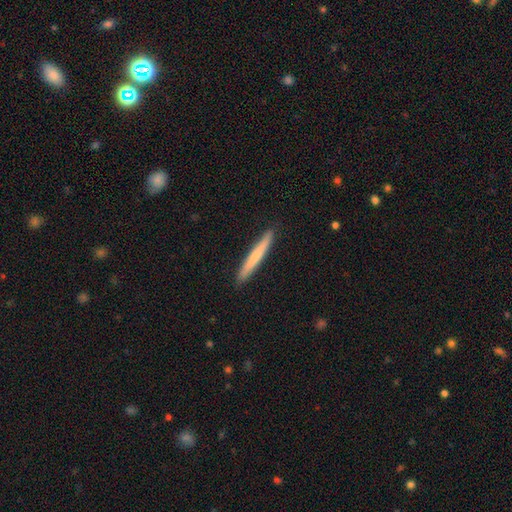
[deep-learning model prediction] Smooth or featured? smooth (65%)
How rounded? cigar-shaped (96%)
Merging? none (91%)